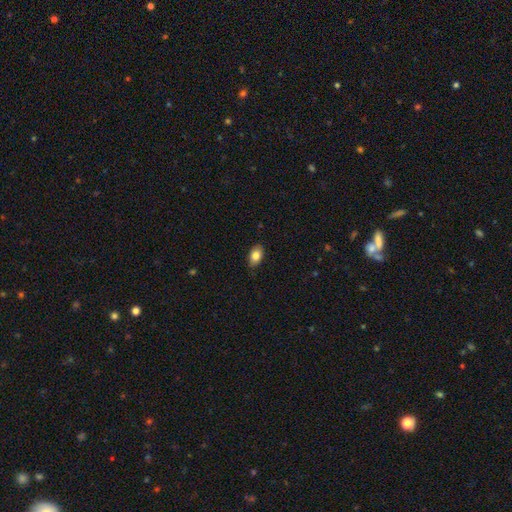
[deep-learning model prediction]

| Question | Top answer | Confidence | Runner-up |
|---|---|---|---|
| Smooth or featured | smooth | 83% | featured or disk (9%) |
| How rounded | in between | 89% | round (9%) |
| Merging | none | 85% | minor disturbance (12%) |